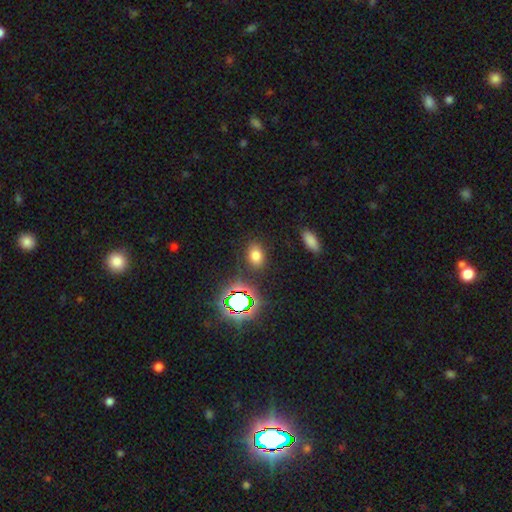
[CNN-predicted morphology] Q: Smooth or featured?
A: smooth (71%); runner-up: star or artifact (22%)
Q: How rounded?
A: in between (74%); runner-up: round (24%)
Q: Merging?
A: none (84%); runner-up: minor disturbance (10%)